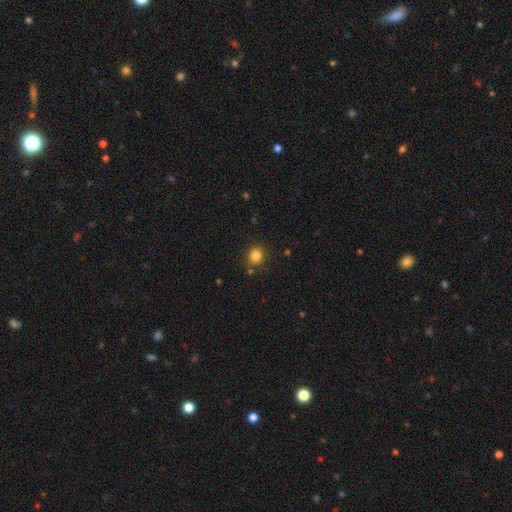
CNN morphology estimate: Overall: smooth (84%). How rounded: round (84%). Merging: none (85%).